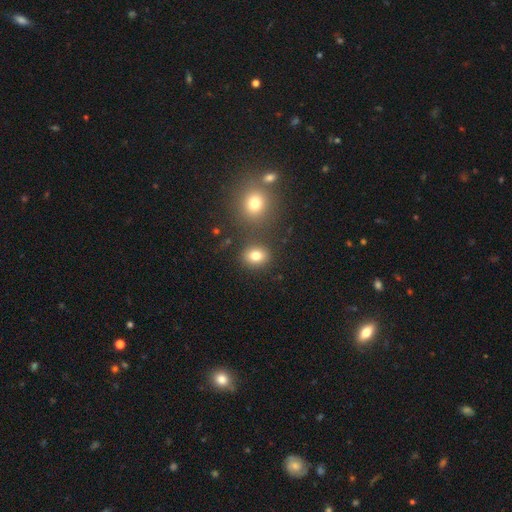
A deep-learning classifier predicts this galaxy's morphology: smooth 78%, star or artifact 14%, featured or disk 8%. Down the decision tree: how rounded — round (58%); merging — none (77%).